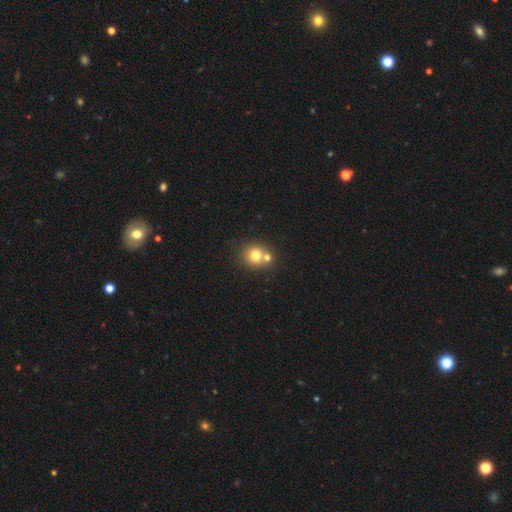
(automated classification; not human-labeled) Smooth or featured: smooth — 74% (featured or disk — 13%)
How rounded: round — 84% (in between — 15%)
Merging: none — 50% (merger — 41%)